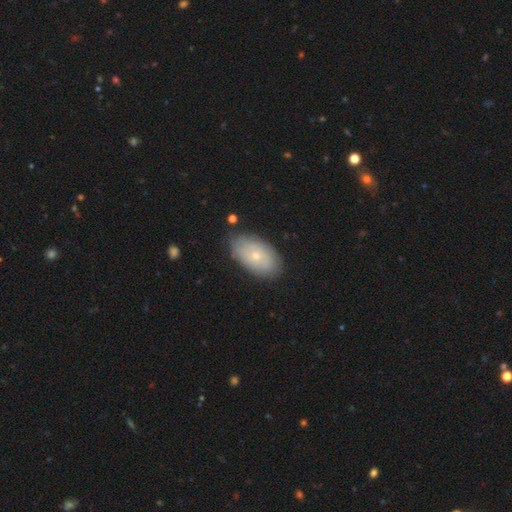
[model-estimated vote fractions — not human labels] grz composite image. It shows a smooth galaxy with no disk features (61%) that is in between round and cigar-shaped (93%). Merging: none (82%).